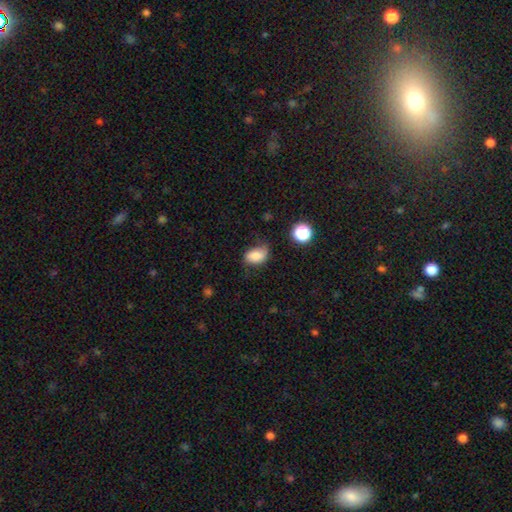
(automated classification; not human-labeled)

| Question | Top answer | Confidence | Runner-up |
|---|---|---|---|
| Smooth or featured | smooth | 76% | featured or disk (13%) |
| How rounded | in between | 83% | round (15%) |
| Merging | none | 52% | minor disturbance (34%) |